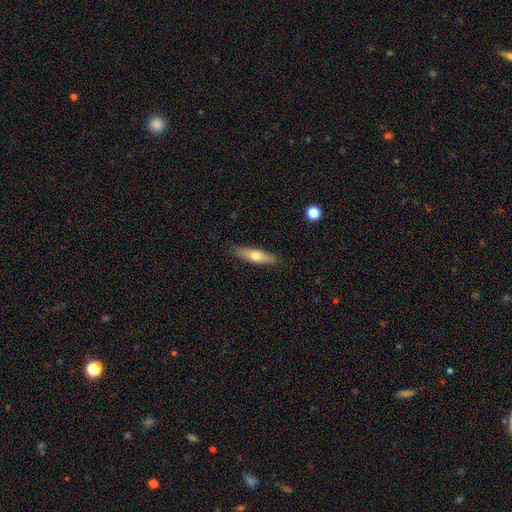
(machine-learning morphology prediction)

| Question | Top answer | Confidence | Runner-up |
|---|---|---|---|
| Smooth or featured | smooth | 61% | featured or disk (33%) |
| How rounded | cigar-shaped | 66% | in between (32%) |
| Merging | none | 88% | minor disturbance (9%) |